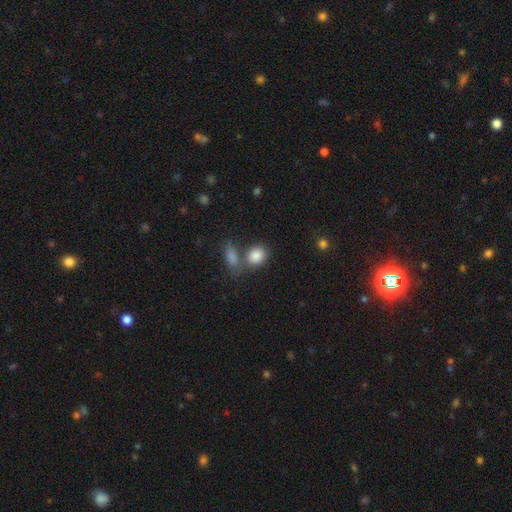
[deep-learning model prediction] Overall: smooth (86%). How rounded: round (56%; in between 42%). Merging: none (52%; merger 31%).